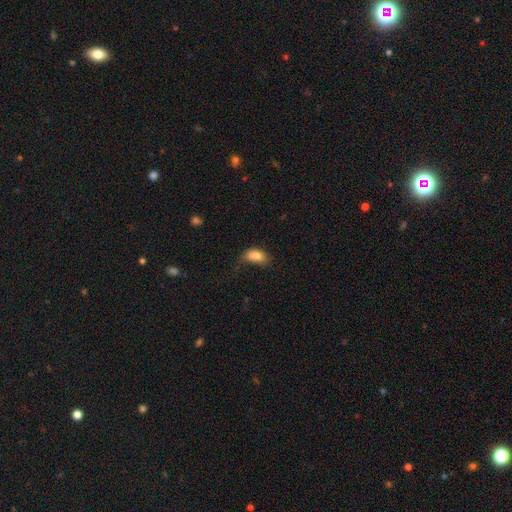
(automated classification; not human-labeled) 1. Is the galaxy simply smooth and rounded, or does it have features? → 82% smooth, 9% featured or disk, 9% star or artifact.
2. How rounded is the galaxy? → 90% in between, 6% round, 4% cigar-shaped.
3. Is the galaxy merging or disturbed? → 43% none, 35% minor disturbance, 18% major disturbance, 4% merger.